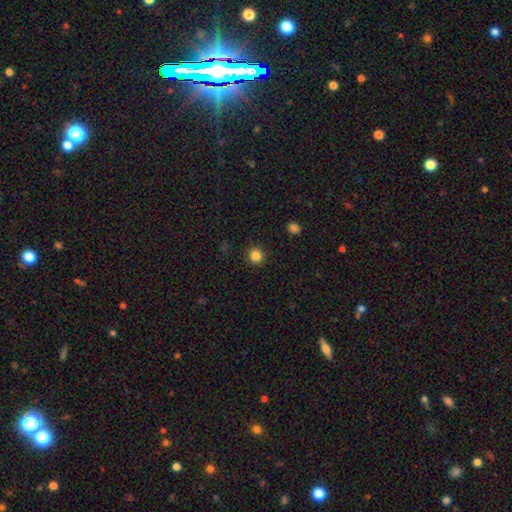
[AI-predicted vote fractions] Smooth or featured?
  - smooth: 85% *
  - star or artifact: 12%
  - featured or disk: 4%
How rounded?
  - round: 93% *
  - in between: 6%
  - cigar-shaped: 1%
Merging?
  - none: 91% *
  - minor disturbance: 5%
  - major disturbance: 2%
  - merger: 1%